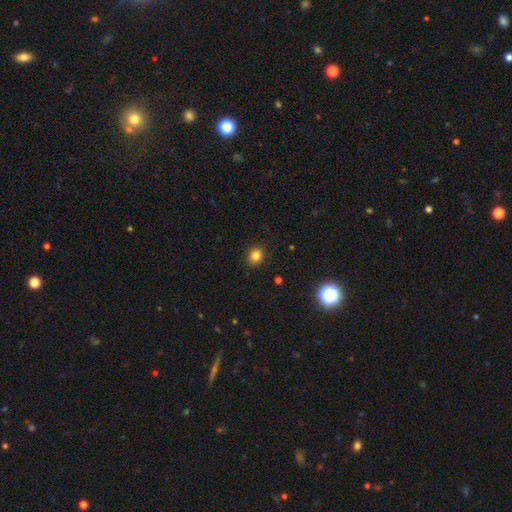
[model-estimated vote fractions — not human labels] Q: Smooth or featured?
A: smooth (83%); runner-up: star or artifact (13%)
Q: How rounded?
A: round (74%); runner-up: in between (25%)
Q: Merging?
A: none (89%); runner-up: minor disturbance (7%)